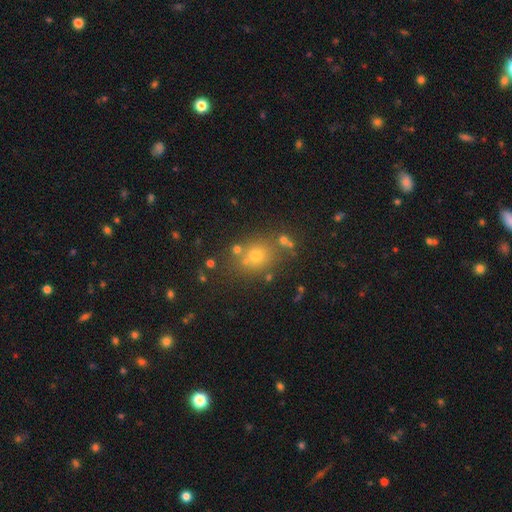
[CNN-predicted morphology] Smooth or featured?
  - smooth: 63% *
  - star or artifact: 24%
  - featured or disk: 13%
How rounded?
  - round: 72% *
  - in between: 27%
  - cigar-shaped: 1%
Merging?
  - none: 72% *
  - merger: 13%
  - minor disturbance: 11%
  - major disturbance: 4%